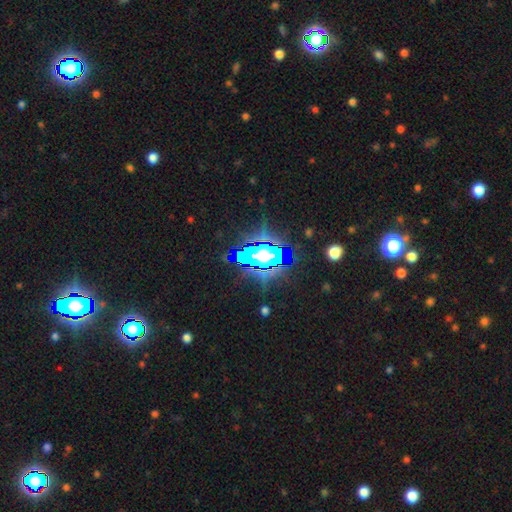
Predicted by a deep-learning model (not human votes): This appears to be a star or artifact, not a galaxy (66%).